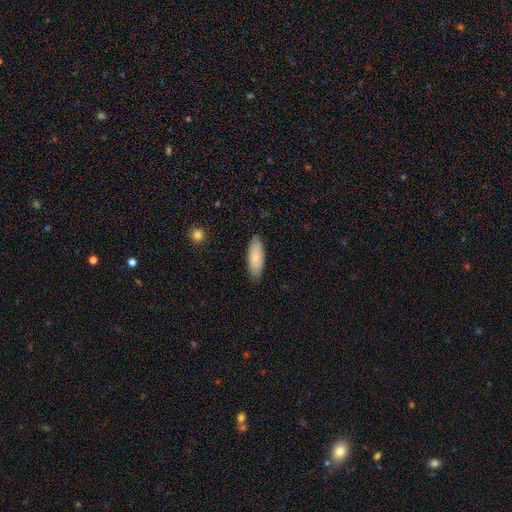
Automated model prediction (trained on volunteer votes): Smooth or featured? smooth (84%)
How rounded? in between (69%)
Merging? none (85%)